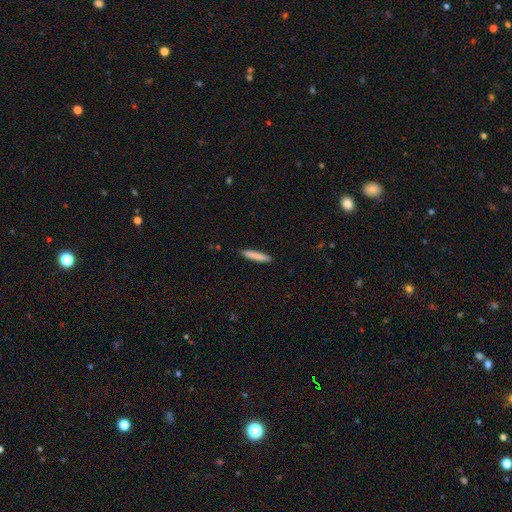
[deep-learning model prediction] Overall: smooth (83%). How rounded: cigar-shaped (93%). Merging: none (91%).